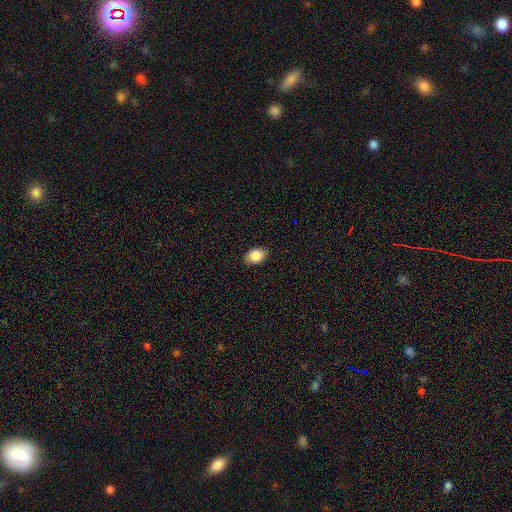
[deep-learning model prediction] This appears to be a smooth galaxy with no disk features (85%) that is in between round and cigar-shaped (82%). Merging: none (87%).